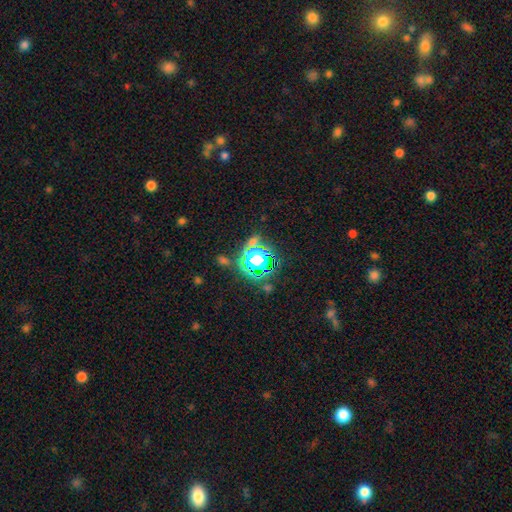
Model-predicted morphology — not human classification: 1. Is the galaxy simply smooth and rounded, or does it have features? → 73% star or artifact, 19% smooth, 9% featured or disk.